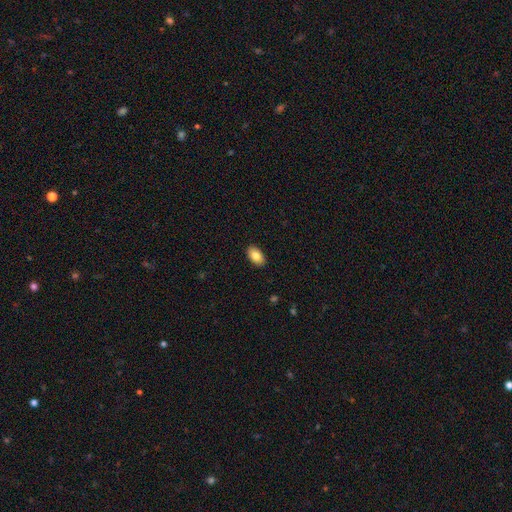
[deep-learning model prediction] Overall: smooth (85%). How rounded: in between (93%). Merging: none (90%).